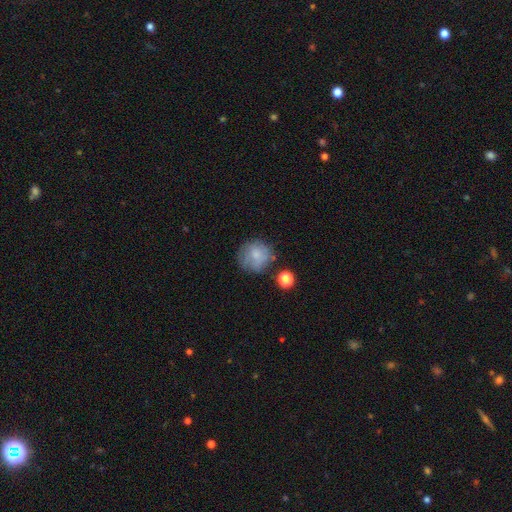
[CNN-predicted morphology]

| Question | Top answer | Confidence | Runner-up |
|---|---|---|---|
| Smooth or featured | smooth | 62% | featured or disk (28%) |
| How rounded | round | 89% | in between (10%) |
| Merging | none | 66% | minor disturbance (20%) |